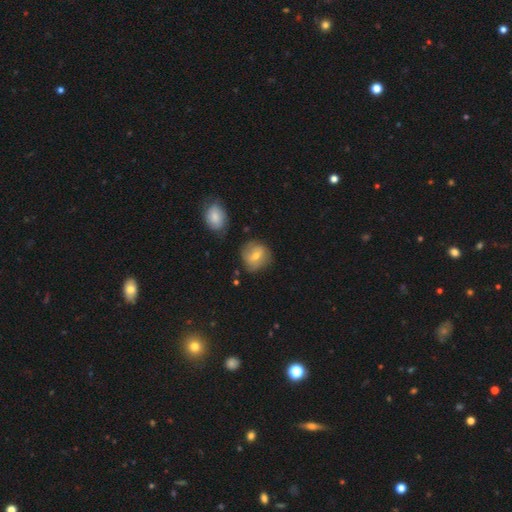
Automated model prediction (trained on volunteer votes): This appears to be a smooth galaxy with no disk features (55%) that is round (79%). Merging: none (72%).